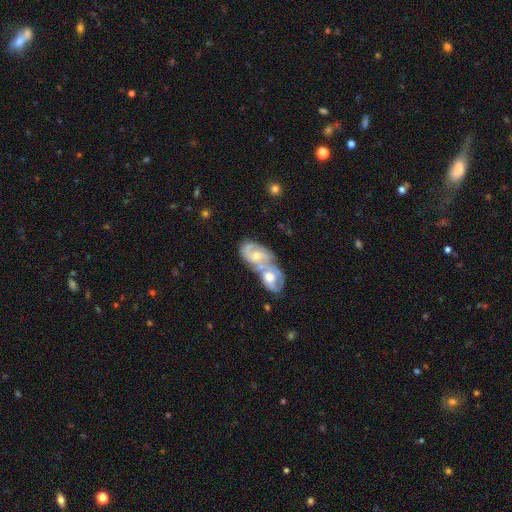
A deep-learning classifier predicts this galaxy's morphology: A featured or disk galaxy (77%) with no bar (67%), 2 (57%) tight (43%, tied with medium) spiral arms (90%) and a moderate central bulge (56%).

Vote fractions:
- Smooth or featured? featured or disk: 77% / smooth: 18% / star or artifact: 6%
- Edge-on disk? no: 96% / yes: 4%
- Bar? no: 67% / weak: 28% / strong: 5%
- Spiral arms? yes: 90% / no: 10%
- Spiral winding? tight: 43% (tied) / medium: 43% (tied) / loose: 14%
- Spiral arm count? 2: 57% / can't tell: 22% / 3: 11% / 1: 4% / 4: 3% / more than 4: 2%
- Bulge size? moderate: 56% / small: 34% / large: 5% / none: 4% / dominant: 1%
- Merging? merger: 76% / none: 13% / minor disturbance: 6% / major disturbance: 5%